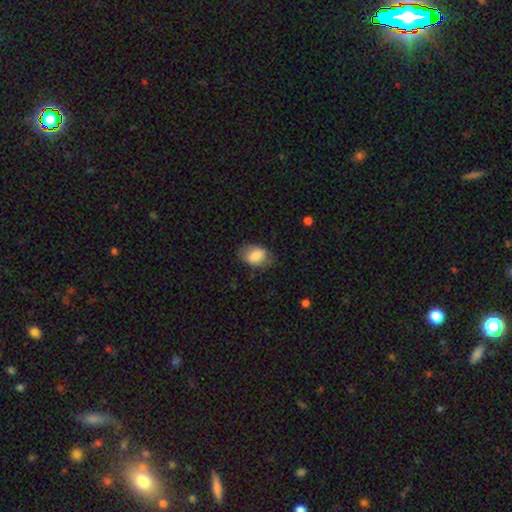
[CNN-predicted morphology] Smooth or featured?
  - smooth: 80% *
  - featured or disk: 13%
  - star or artifact: 7%
How rounded?
  - in between: 84% *
  - round: 15%
  - cigar-shaped: 1%
Merging?
  - none: 71% *
  - minor disturbance: 21%
  - major disturbance: 7%
  - merger: 1%